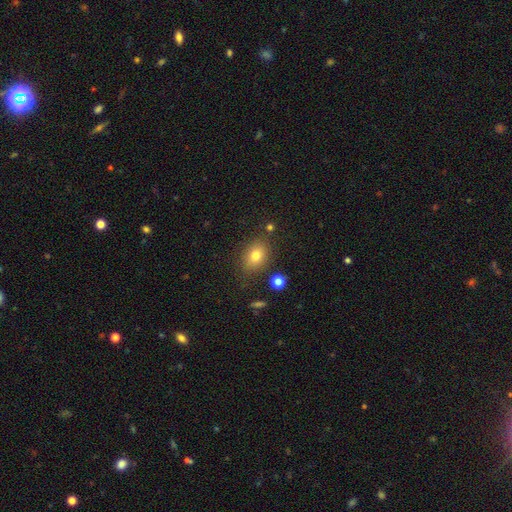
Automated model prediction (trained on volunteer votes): Smooth or featured?
  - smooth: 78% *
  - star or artifact: 11%
  - featured or disk: 11%
How rounded?
  - in between: 65% *
  - round: 33%
  - cigar-shaped: 1%
Merging?
  - none: 80% *
  - minor disturbance: 12%
  - major disturbance: 4%
  - merger: 4%